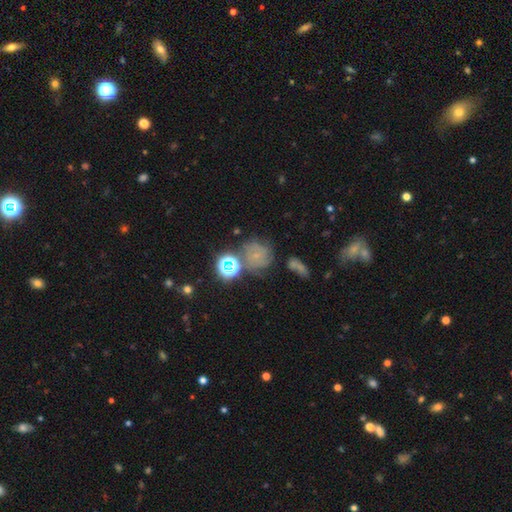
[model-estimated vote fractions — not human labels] Overall: smooth (35%; star or artifact 34%). Merging: none (61%).